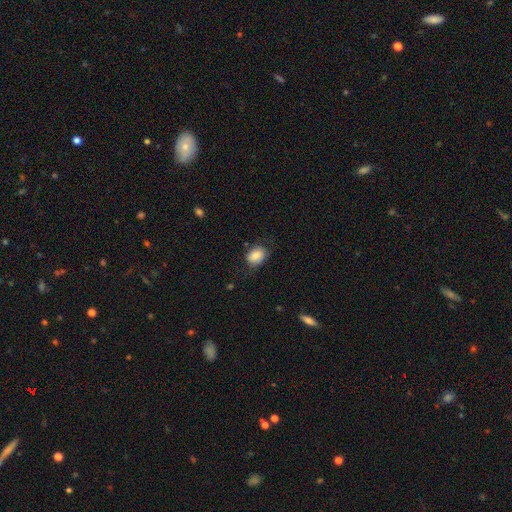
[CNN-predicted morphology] Q: Smooth or featured?
A: smooth (83%); runner-up: featured or disk (10%)
Q: How rounded?
A: in between (66%); runner-up: round (33%)
Q: Merging?
A: none (70%); runner-up: minor disturbance (21%)